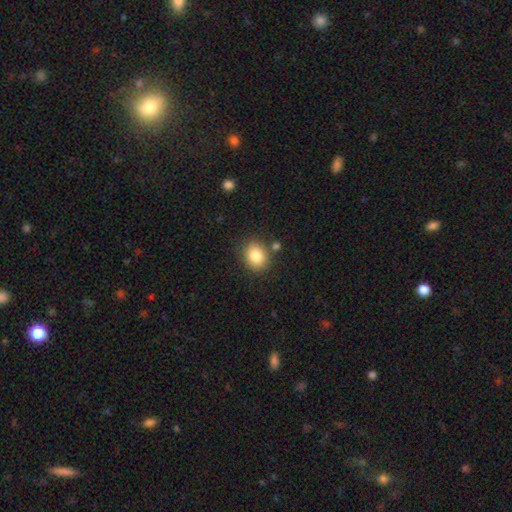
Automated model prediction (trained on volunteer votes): This appears to be a smooth galaxy with no disk features (84%) that is round (56%). Merging: none (79%).